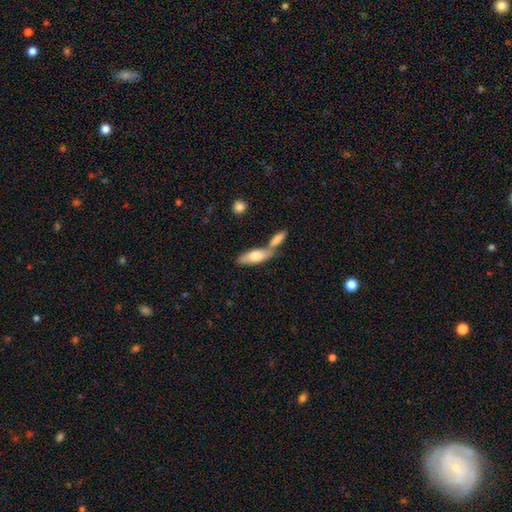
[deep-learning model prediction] This is likely a smooth galaxy (72%). How rounded: likely in between (63%). Merging: possibly merger (48%).